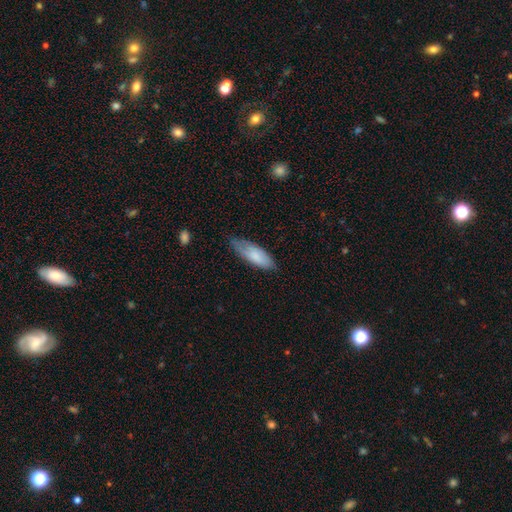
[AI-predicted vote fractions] smooth 79%, featured or disk 16%, star or artifact 6%. Down the decision tree: how rounded — in between (69%); merging — none (57%).